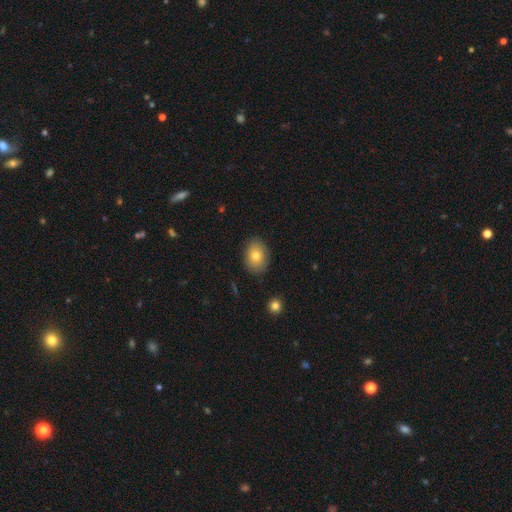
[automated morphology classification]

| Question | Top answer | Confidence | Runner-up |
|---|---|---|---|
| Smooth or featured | smooth | 78% | featured or disk (14%) |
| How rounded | in between | 73% | round (26%) |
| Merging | none | 86% | minor disturbance (11%) |